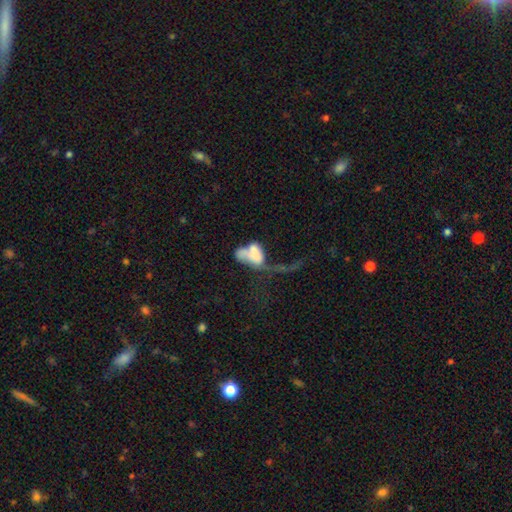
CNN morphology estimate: smooth_or_featured: smooth (p=0.56) [alt: featured or disk p=0.34]
how_rounded: in between (p=0.88) [alt: round p=0.08]
merging: merger (p=0.44) [alt: major disturbance p=0.39]